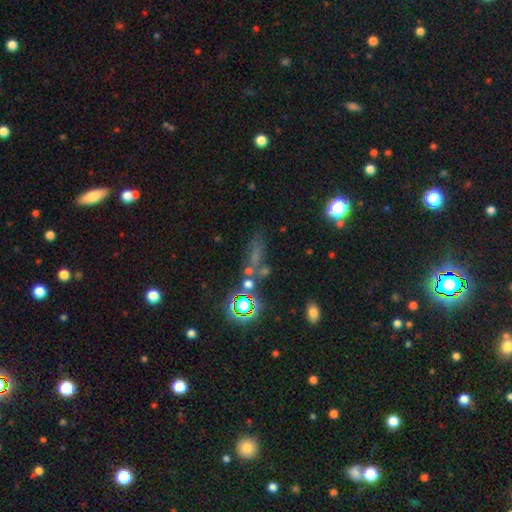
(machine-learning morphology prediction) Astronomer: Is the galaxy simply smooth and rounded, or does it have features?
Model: star or artifact — 42% (runner-up: smooth, 40%).